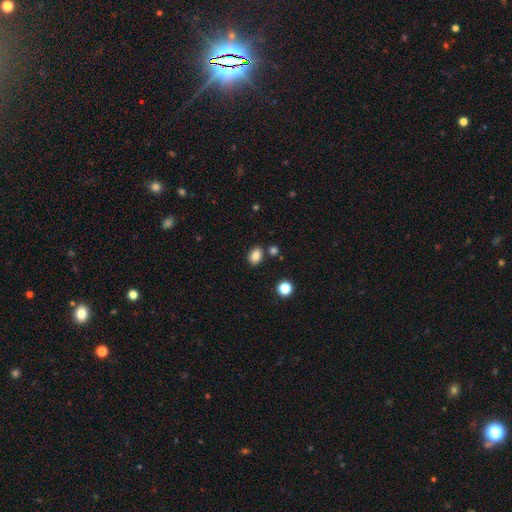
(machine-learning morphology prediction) smooth 84%, star or artifact 11%, featured or disk 5%. Down the decision tree: how rounded — in between (68%); merging — none (82%).